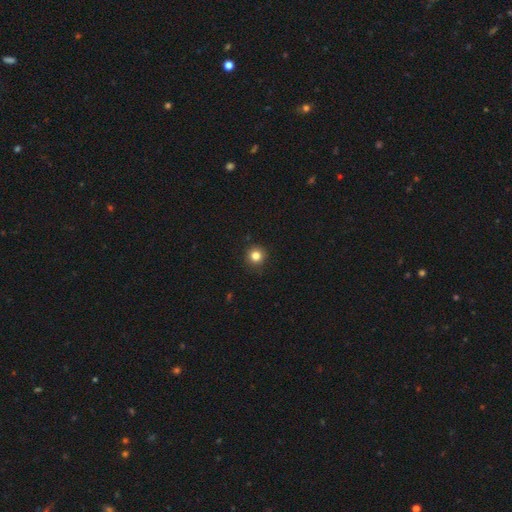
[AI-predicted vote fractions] smooth 82%, star or artifact 13%, featured or disk 5%. Down the decision tree: how rounded — round (95%); merging — none (90%).